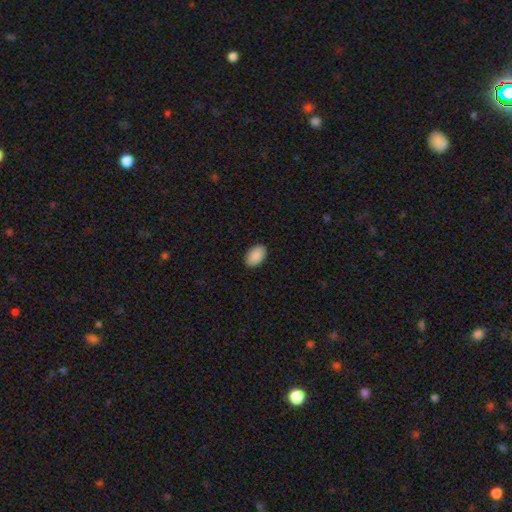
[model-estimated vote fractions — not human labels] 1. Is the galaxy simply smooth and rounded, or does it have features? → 91% smooth, 6% star or artifact, 3% featured or disk.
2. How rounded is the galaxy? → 92% in between, 7% round, 1% cigar-shaped.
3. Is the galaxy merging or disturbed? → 90% none, 7% minor disturbance, 2% major disturbance, 1% merger.